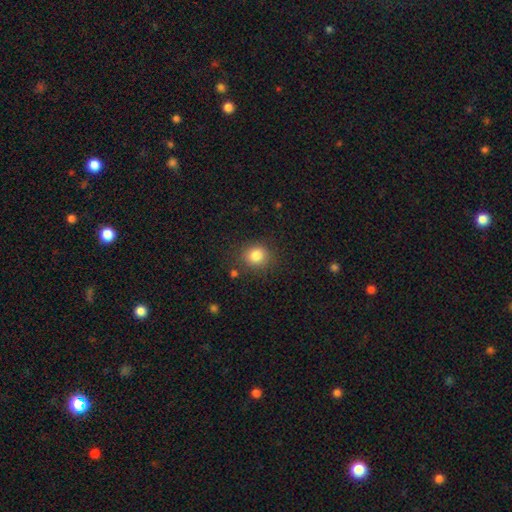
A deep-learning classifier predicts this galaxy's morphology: This appears to be a smooth galaxy with no disk features (83%) that is round (80%). Merging: none (84%).